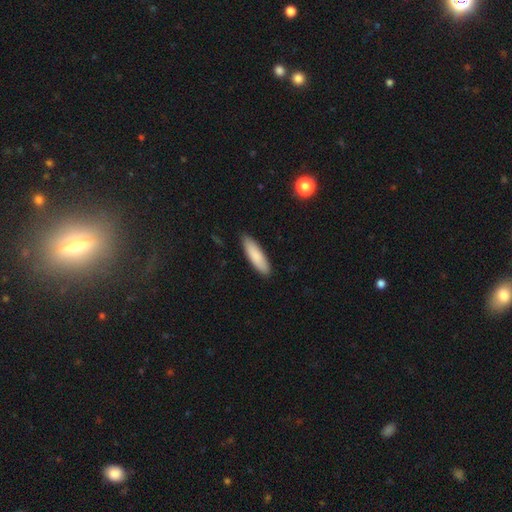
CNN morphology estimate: Smooth or featured?
  - smooth: 86% *
  - featured or disk: 9%
  - star or artifact: 6%
How rounded?
  - cigar-shaped: 60% *
  - in between: 38%
  - round: 1%
Merging?
  - none: 89% *
  - minor disturbance: 8%
  - major disturbance: 2%
  - merger: 1%